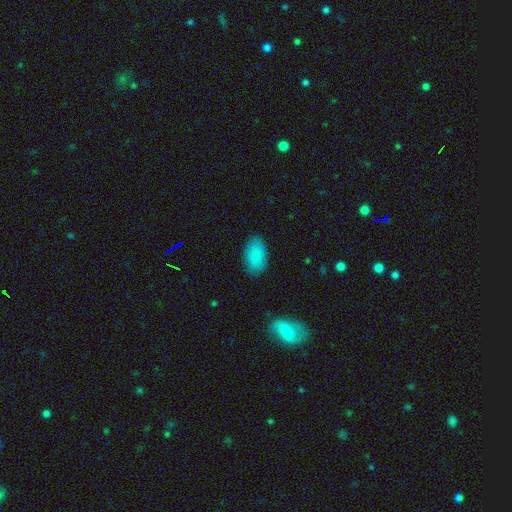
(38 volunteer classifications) smooth 87%, star or artifact 11%, featured or disk 3%. Down the decision tree: how rounded — in between (94%); merging — none (91%).